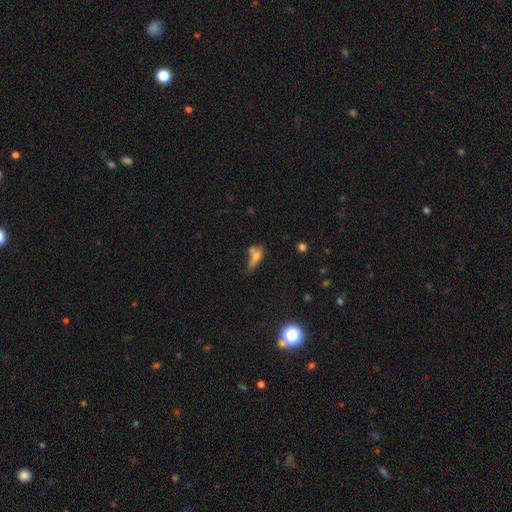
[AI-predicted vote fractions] The model was most divided on "merging": merger: 35%, none: 30%, minor disturbance: 19%, major disturbance: 16%. More confident: smooth or featured — smooth (60%); how rounded — in between (59%).